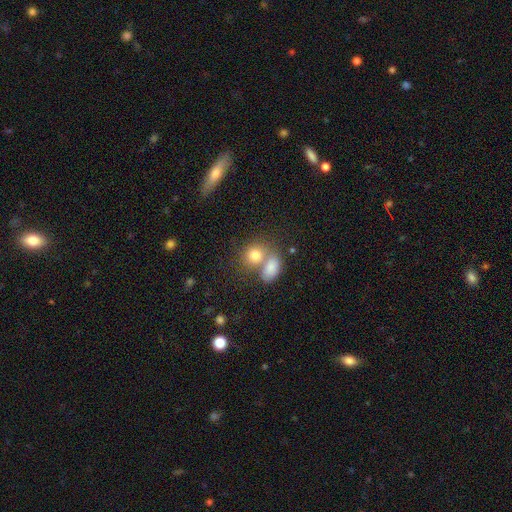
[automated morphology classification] Smooth or featured: smooth — 78% (featured or disk — 12%)
How rounded: round — 53% (in between — 46%)
Merging: merger — 47% (none — 38%)